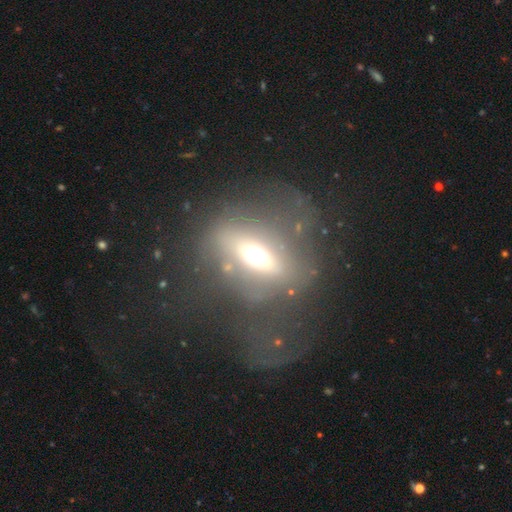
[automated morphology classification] Smooth or featured: smooth — 44% (featured or disk — 40%)
Merging: none — 51% (major disturbance — 28%)